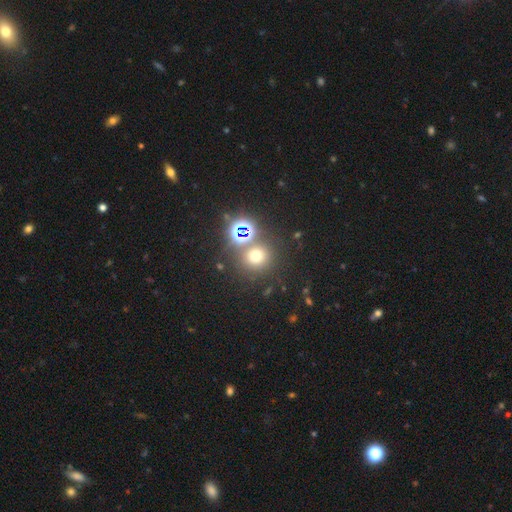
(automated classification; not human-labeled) Smooth or featured? Predicted: smooth (p=0.57). How rounded? Predicted: round (p=0.89). Merging? Predicted: none (p=0.74).